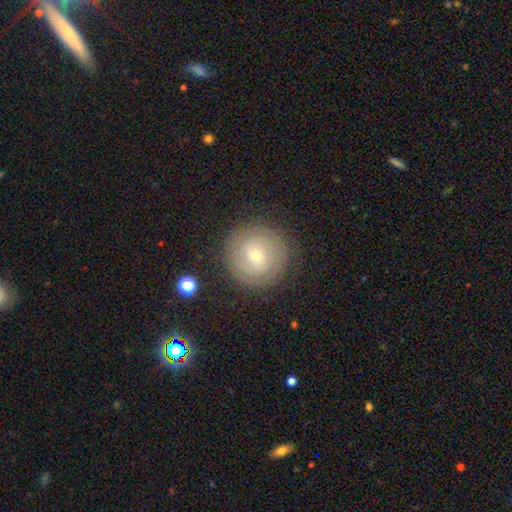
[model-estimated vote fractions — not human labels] Q: Smooth or featured?
A: featured or disk (60%); runner-up: smooth (31%)
Q: Edge-on disk?
A: no (97%); runner-up: yes (3%)
Q: Bar?
A: no (60%); runner-up: weak (32%)
Q: Spiral arms?
A: yes (80%); runner-up: no (20%)
Q: Bulge size?
A: small (69%); runner-up: moderate (28%)
Q: Merging?
A: none (85%); runner-up: minor disturbance (10%)